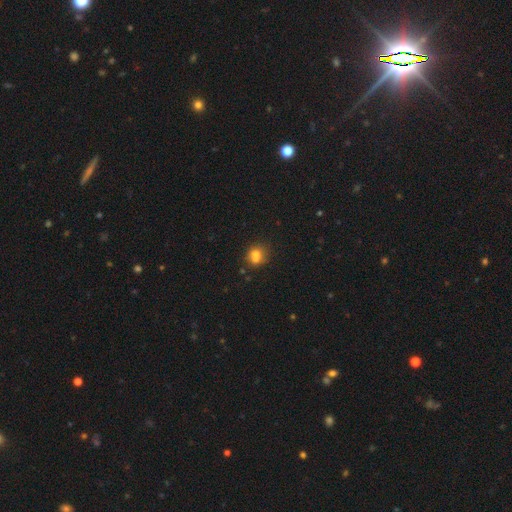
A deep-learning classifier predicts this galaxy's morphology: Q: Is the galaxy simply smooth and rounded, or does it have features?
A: smooth — 72%.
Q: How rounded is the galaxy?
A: round — 67%.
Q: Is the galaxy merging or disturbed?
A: none — 44%.